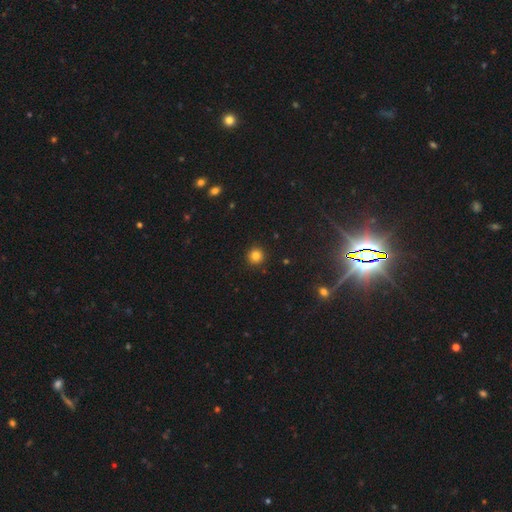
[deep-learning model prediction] Smooth or featured: smooth — 82% (star or artifact — 13%)
How rounded: round — 95% (in between — 5%)
Merging: none — 92% (minor disturbance — 5%)